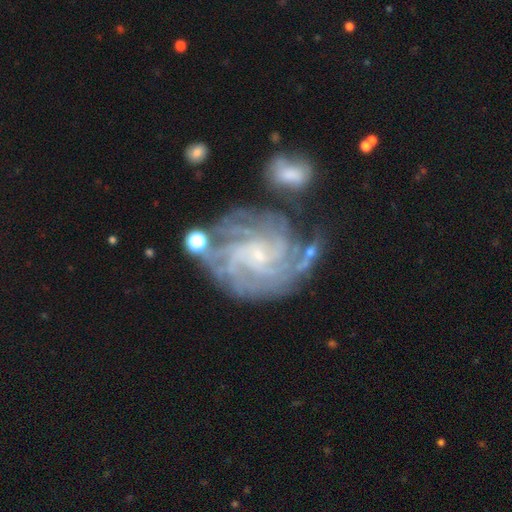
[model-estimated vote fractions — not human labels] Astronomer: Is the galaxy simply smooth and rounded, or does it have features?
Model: featured or disk — 89%.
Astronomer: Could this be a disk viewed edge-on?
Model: no — 98%.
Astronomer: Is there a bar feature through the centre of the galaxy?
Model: no — 65%.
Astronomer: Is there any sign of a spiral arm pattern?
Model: yes — 98%.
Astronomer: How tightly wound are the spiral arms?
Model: tight — 70%.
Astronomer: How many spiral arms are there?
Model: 4 — 29% (runner-up: more than 4, 22%).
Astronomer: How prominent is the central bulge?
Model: small — 84%.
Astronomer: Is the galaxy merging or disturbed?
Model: none — 62%.